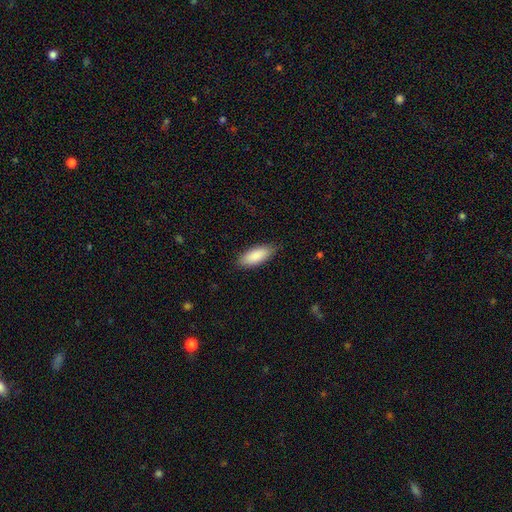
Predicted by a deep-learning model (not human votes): smooth 89%, star or artifact 6%, featured or disk 5%. Down the decision tree: how rounded — in between (79%); merging — none (85%).